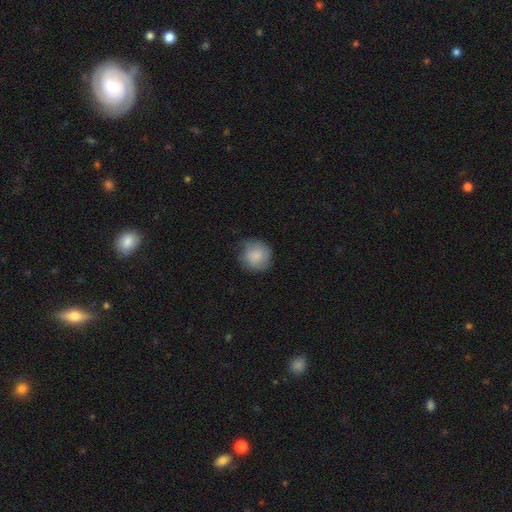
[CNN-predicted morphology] smooth-or-featured: smooth: 84% | featured or disk: 9% | star or artifact: 7%
  how-rounded: round: 92% | in between: 7% | cigar-shaped: 1%
  merging: none: 74% | minor disturbance: 21% | major disturbance: 4% | merger: 1%